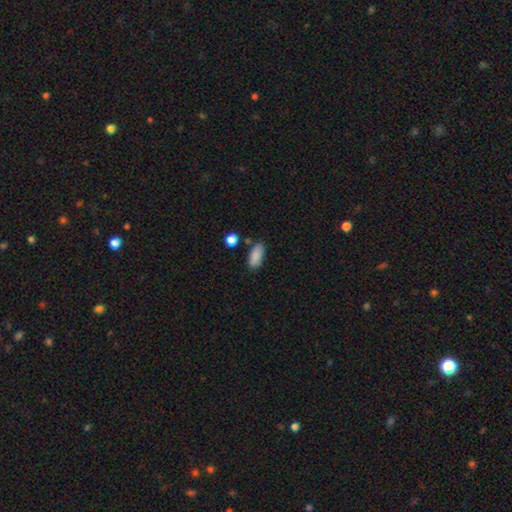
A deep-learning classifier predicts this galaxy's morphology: smooth 88%, star or artifact 7%, featured or disk 4%. Down the decision tree: how rounded — in between (87%); merging — none (79%).